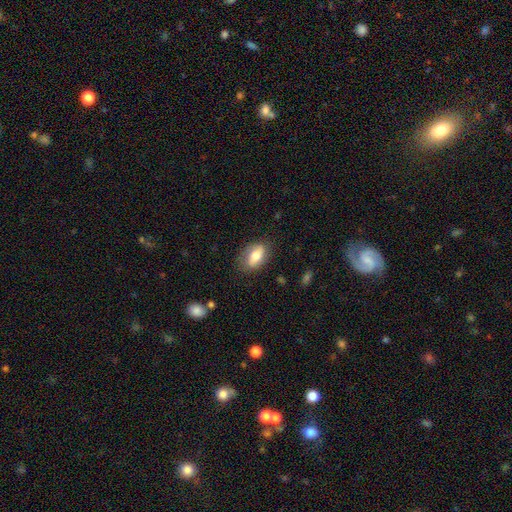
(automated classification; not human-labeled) This appears to be a smooth galaxy with no disk features (68%) that is in between round and cigar-shaped (86%). Merging: none (77%).